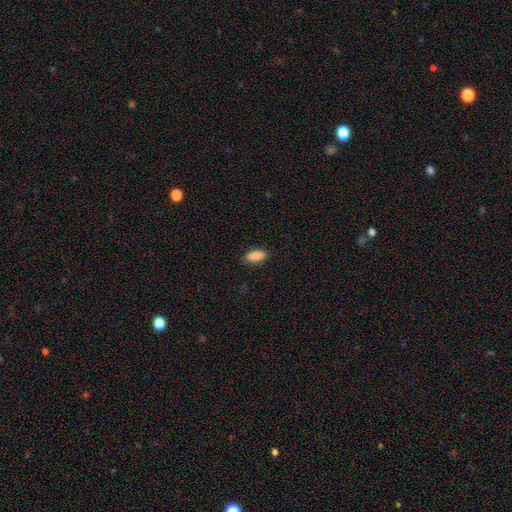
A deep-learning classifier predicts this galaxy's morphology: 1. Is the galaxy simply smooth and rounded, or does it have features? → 89% smooth, 7% star or artifact, 4% featured or disk.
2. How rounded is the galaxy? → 83% in between, 15% cigar-shaped, 2% round.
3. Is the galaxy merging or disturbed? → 88% none, 9% minor disturbance, 2% major disturbance, 1% merger.